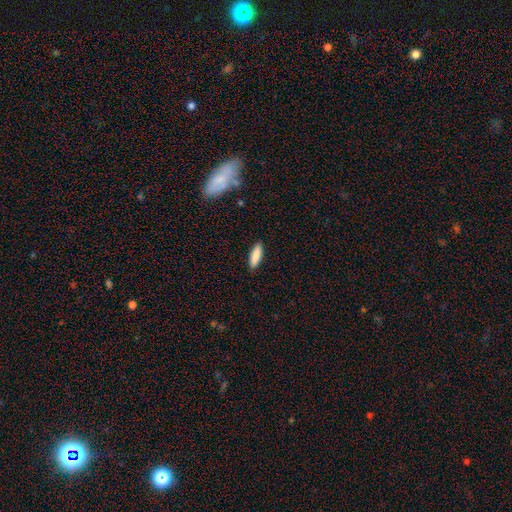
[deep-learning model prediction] Smooth or featured? smooth (86%)
How rounded? cigar-shaped (56%)
Merging? none (89%)